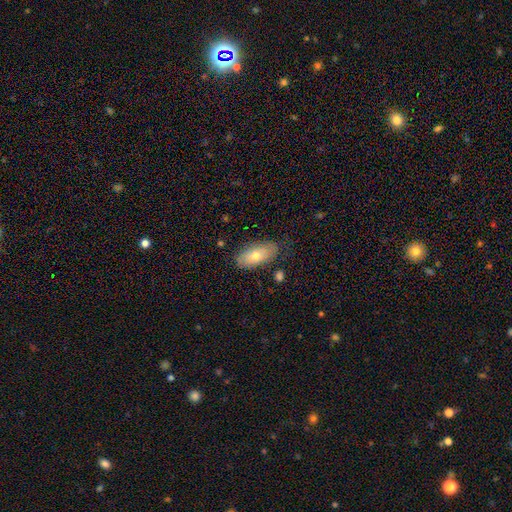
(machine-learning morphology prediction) Q: Smooth or featured?
A: smooth (67%); runner-up: featured or disk (26%)
Q: How rounded?
A: in between (90%); runner-up: cigar-shaped (7%)
Q: Merging?
A: none (78%); runner-up: minor disturbance (16%)